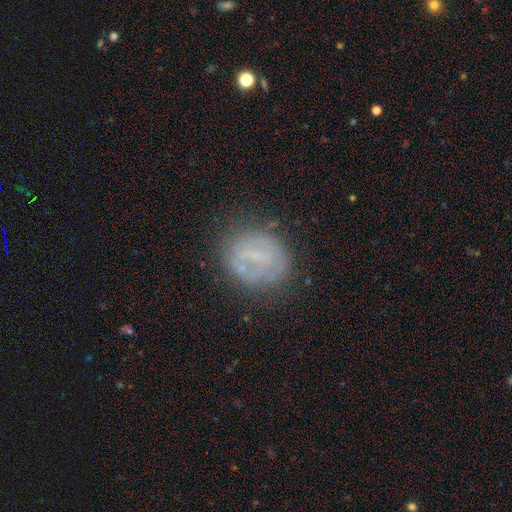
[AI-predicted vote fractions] featured or disk 47%, smooth 39%, star or artifact 14%. Down the decision tree: merging — none (71%).